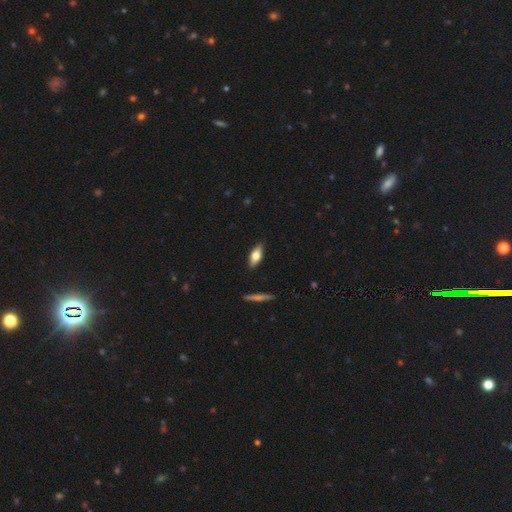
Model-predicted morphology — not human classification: type=smooth (63%); roundness=in between (70%); merging=none (88%).